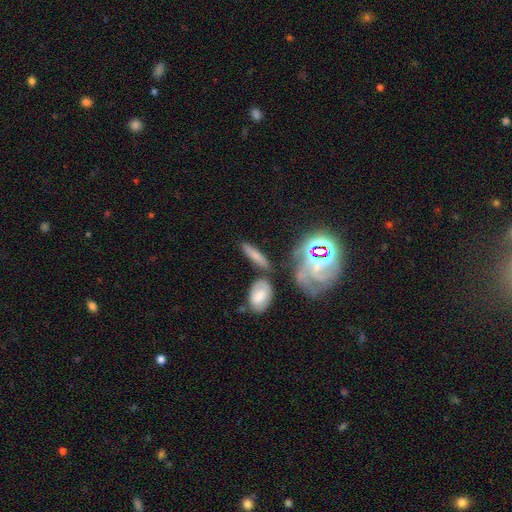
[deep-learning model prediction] A smooth galaxy with no disk features (65%) that is cigar-shaped (67%).

Vote fractions:
- Smooth or featured? smooth: 65% / featured or disk: 22% / star or artifact: 12%
- How rounded? cigar-shaped: 67% / in between: 27% / round: 6%
- Merging? none: 70% / minor disturbance: 14% / merger: 11% / major disturbance: 6%